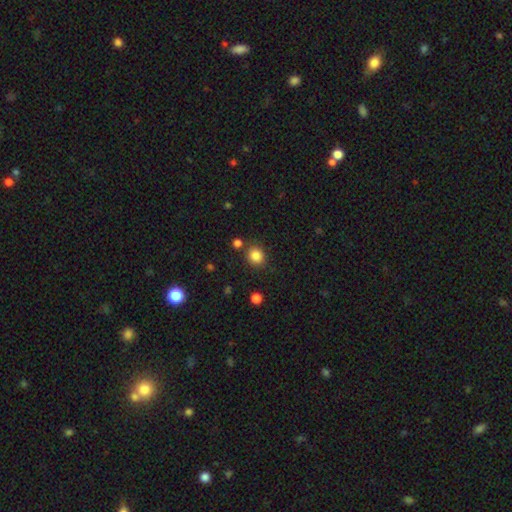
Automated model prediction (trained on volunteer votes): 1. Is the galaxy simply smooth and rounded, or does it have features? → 84% smooth, 11% star or artifact, 4% featured or disk.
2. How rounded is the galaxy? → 80% round, 19% in between, 1% cigar-shaped.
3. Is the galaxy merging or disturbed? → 82% none, 9% minor disturbance, 6% merger, 3% major disturbance.